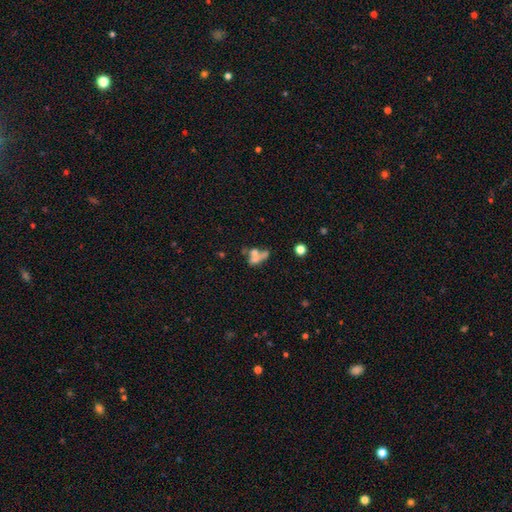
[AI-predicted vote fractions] Morphology: type=smooth (49%); merging=merger (51%).